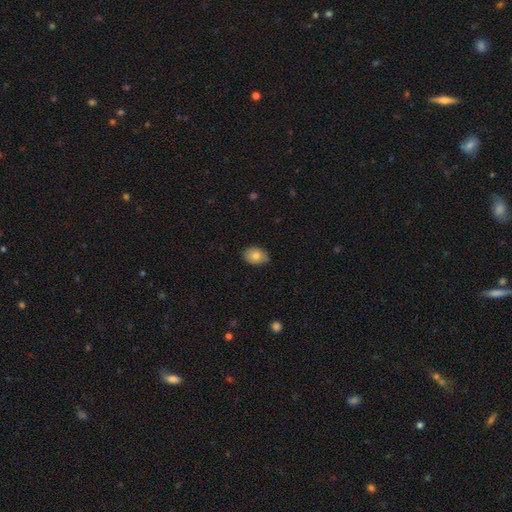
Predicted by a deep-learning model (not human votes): smooth-or-featured: smooth: 79% | featured or disk: 13% | star or artifact: 8%
  how-rounded: in between: 72% | round: 27% | cigar-shaped: 1%
  merging: none: 77% | minor disturbance: 20% | major disturbance: 2% | merger: 1%